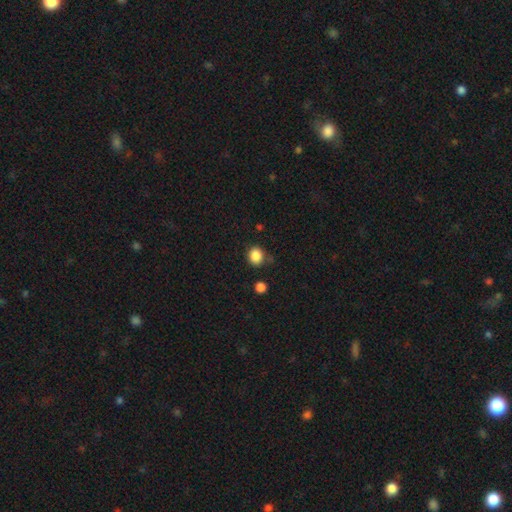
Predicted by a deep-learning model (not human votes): A smooth galaxy with no disk features (87%) that is round (71%). Merging: none (79%).